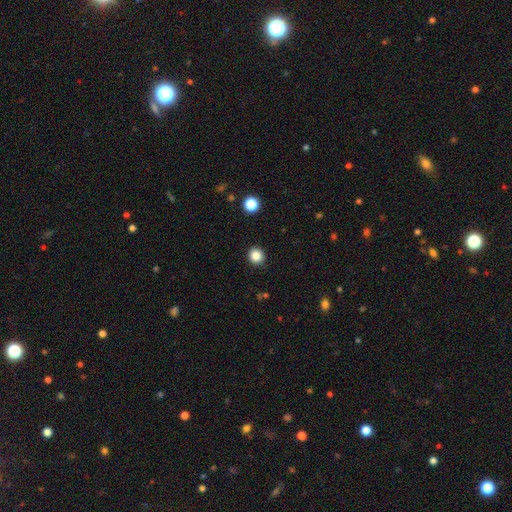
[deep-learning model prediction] The model was most divided on "smooth or featured": smooth: 85%, star or artifact: 11%, featured or disk: 4%. More confident: merging — none (92%); how rounded — round (92%).